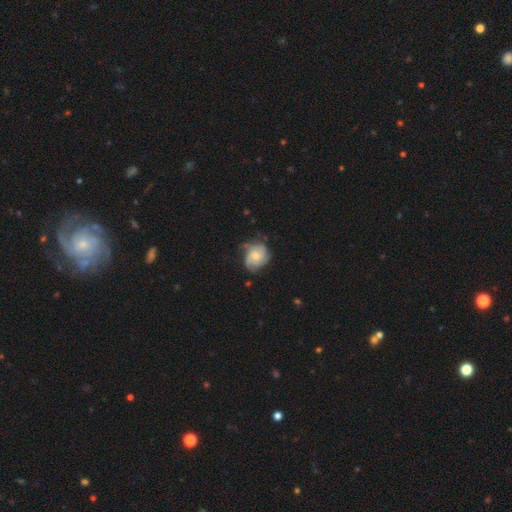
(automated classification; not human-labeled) This appears to be a featured or disk galaxy (73%) with no bar (76%), 3 (42%) tight (44%) spiral arms (92%) and a moderate central bulge (50%). Merging: none (60%).